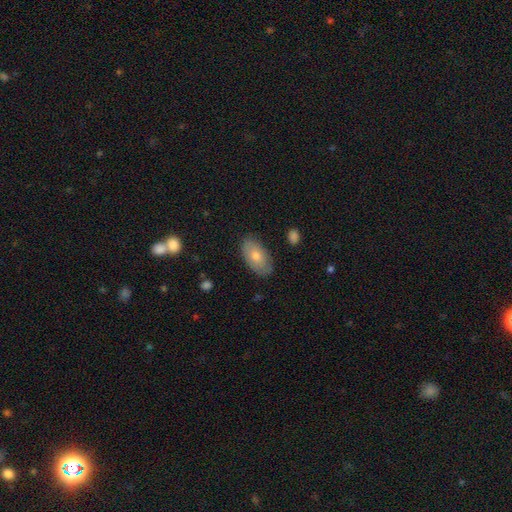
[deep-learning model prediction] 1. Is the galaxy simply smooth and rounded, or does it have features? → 69% smooth, 23% featured or disk, 7% star or artifact.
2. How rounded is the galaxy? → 94% in between, 4% round, 2% cigar-shaped.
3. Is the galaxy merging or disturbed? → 83% none, 13% minor disturbance, 3% major disturbance, 1% merger.